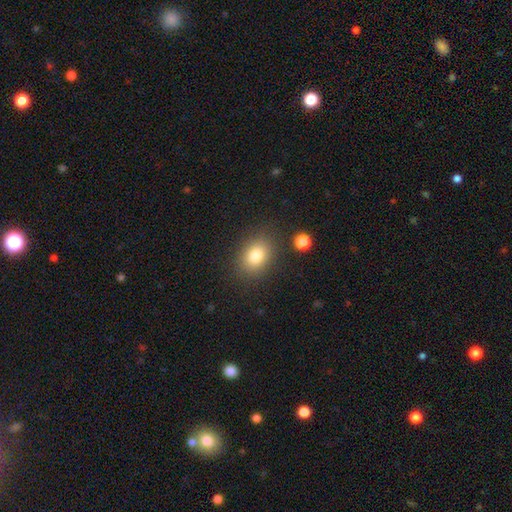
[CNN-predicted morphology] This appears to be a smooth galaxy with no disk features (81%) that is in between round and cigar-shaped (63%). Merging: none (84%).